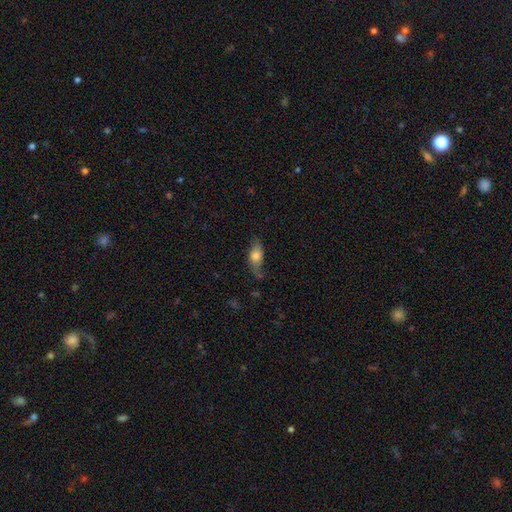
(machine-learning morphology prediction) Smooth or featured? smooth (64%)
How rounded? in between (79%)
Merging? none (60%)